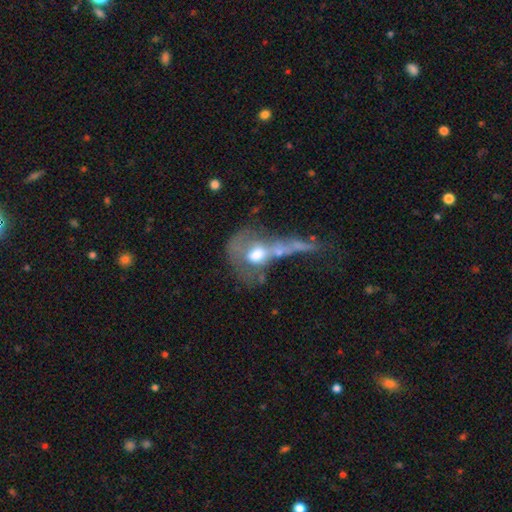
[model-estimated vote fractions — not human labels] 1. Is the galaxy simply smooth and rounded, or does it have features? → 45% featured or disk, 43% smooth, 12% star or artifact.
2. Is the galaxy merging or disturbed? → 43% merger, 31% major disturbance, 16% none, 11% minor disturbance.